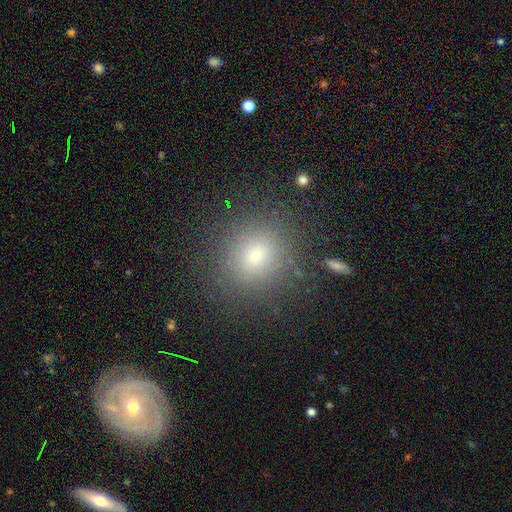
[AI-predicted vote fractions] Smooth or featured? Predicted: smooth (p=0.73). How rounded? Predicted: round (p=0.82). Merging? Predicted: none (p=0.86).